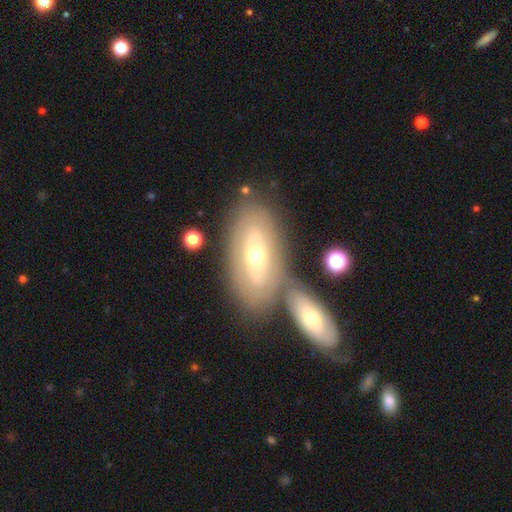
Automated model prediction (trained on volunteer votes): Smooth or featured: featured or disk — 48% (smooth — 45%)
Merging: none — 58% (merger — 25%)